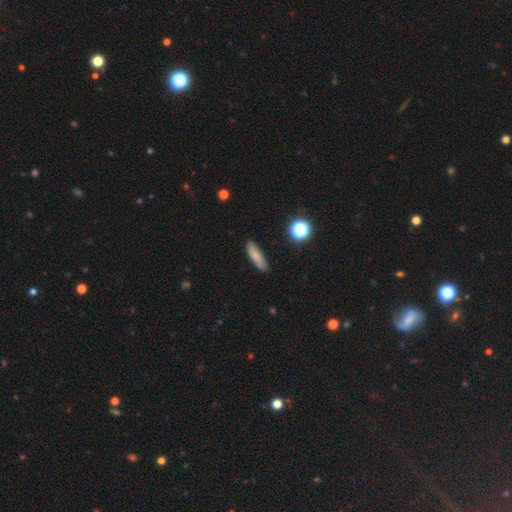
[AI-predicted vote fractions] Q: Smooth or featured?
A: smooth (79%); runner-up: featured or disk (12%)
Q: How rounded?
A: cigar-shaped (65%); runner-up: in between (31%)
Q: Merging?
A: none (86%); runner-up: minor disturbance (10%)